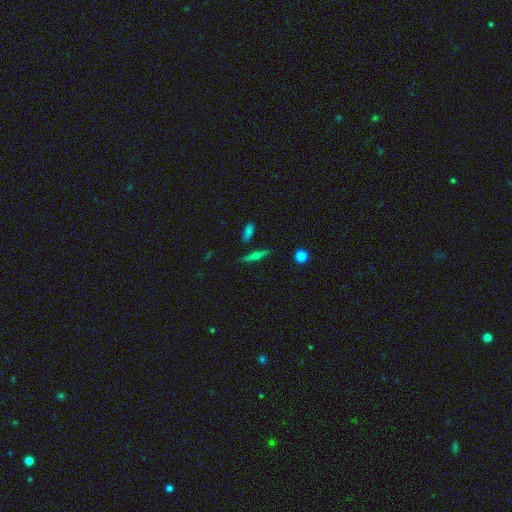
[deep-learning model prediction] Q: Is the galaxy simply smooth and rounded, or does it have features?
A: featured or disk — 58%.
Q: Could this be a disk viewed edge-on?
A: yes — 95%.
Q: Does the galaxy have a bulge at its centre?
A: rounded — 89%.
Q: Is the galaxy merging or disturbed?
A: none — 85%.